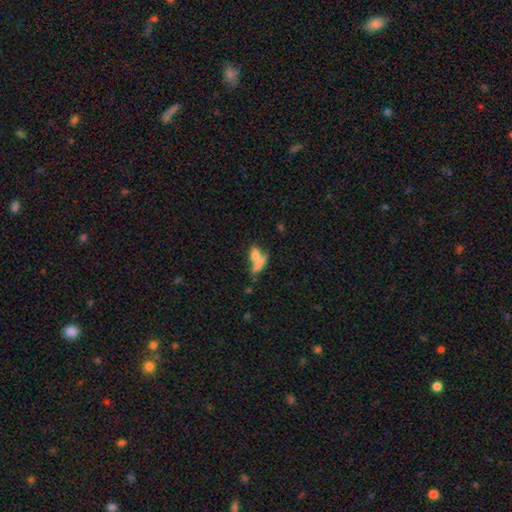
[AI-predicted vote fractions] Overall: smooth (72%). How rounded: in between (51%; cigar-shaped 34%). Merging: merger (50%; none 35%).